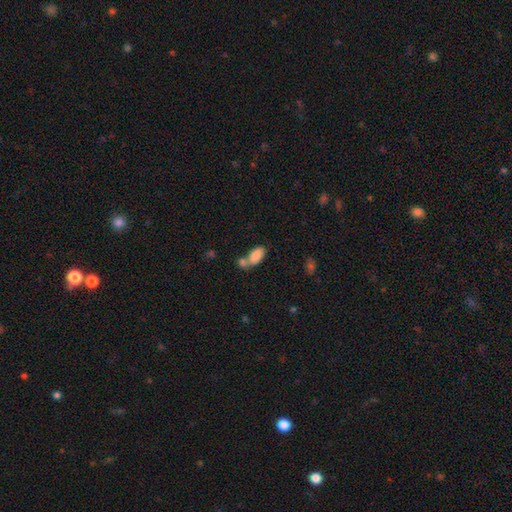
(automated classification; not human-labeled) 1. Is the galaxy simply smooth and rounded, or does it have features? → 85% smooth, 8% featured or disk, 7% star or artifact.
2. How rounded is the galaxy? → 92% in between, 5% cigar-shaped, 3% round.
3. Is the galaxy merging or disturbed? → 48% merger, 36% none, 11% minor disturbance, 5% major disturbance.